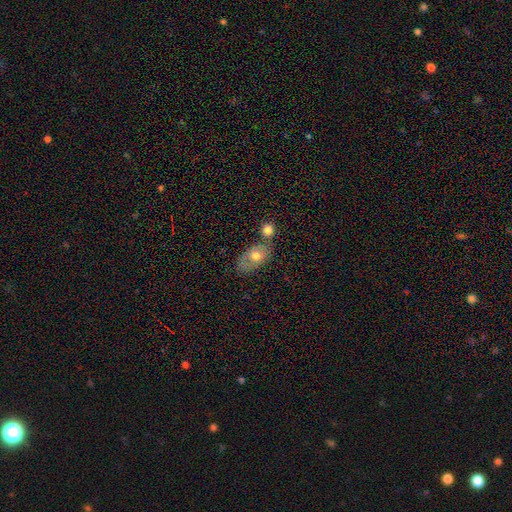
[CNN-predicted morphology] A smooth galaxy with no disk features (65%) that is in between round and cigar-shaped (83%).

Vote fractions:
- Smooth or featured? smooth: 65% / featured or disk: 27% / star or artifact: 8%
- How rounded? in between: 83% / round: 14% / cigar-shaped: 3%
- Merging? none: 47% / merger: 30% / minor disturbance: 17% / major disturbance: 6%